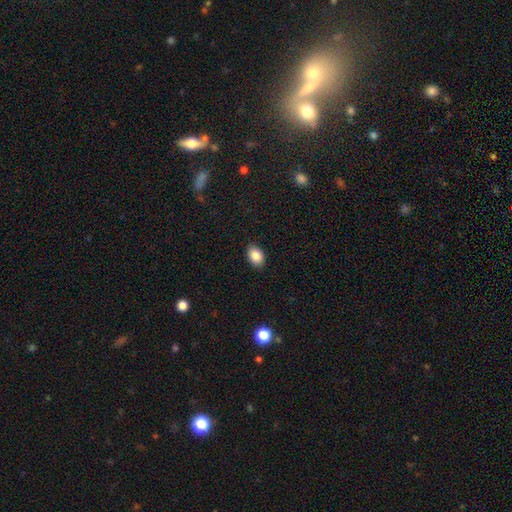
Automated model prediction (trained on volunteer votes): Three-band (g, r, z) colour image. It shows a smooth galaxy with no disk features (86%) that is in between round and cigar-shaped (86%). Merging: none (88%).